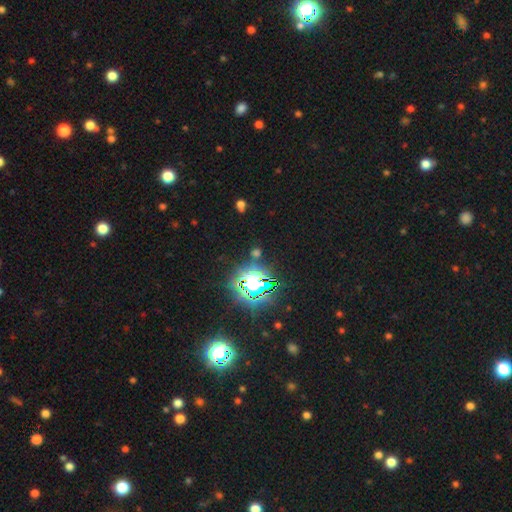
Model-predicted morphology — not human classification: A star or artifact, not a galaxy (76%).

Vote fractions:
- Smooth or featured? star or artifact: 76% / smooth: 16% / featured or disk: 8%